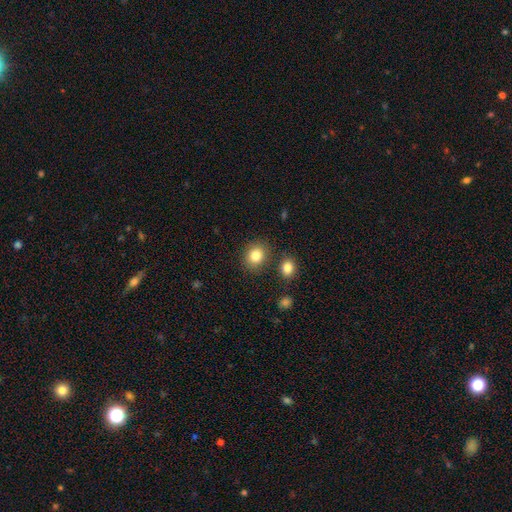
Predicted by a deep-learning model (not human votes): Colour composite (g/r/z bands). It shows a smooth galaxy with no disk features (83%) that is round (64%). Merging: none (82%).